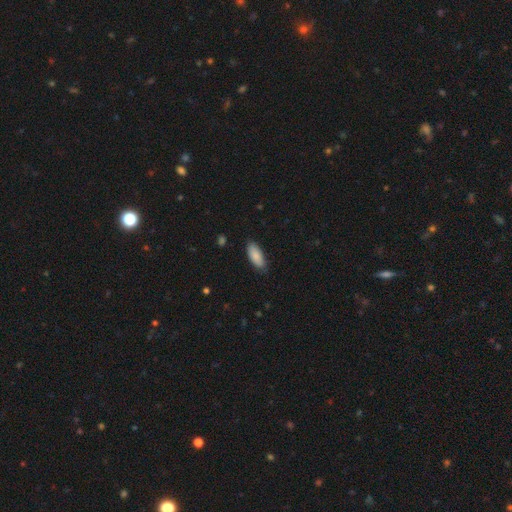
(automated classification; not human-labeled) Smooth or featured? smooth (87%)
How rounded? in between (83%)
Merging? none (81%)